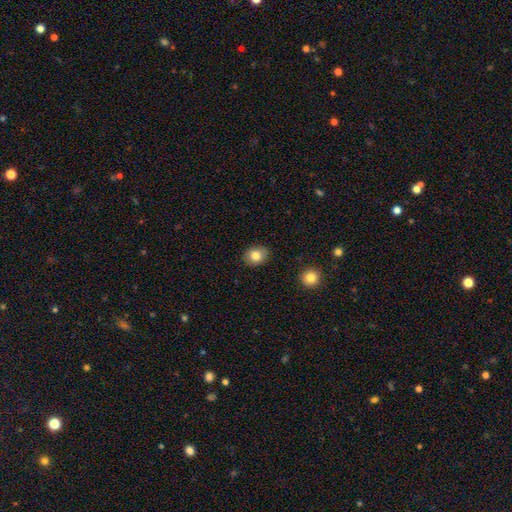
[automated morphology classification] Smooth or featured? smooth (82%)
How rounded? in between (51%)
Merging? none (87%)